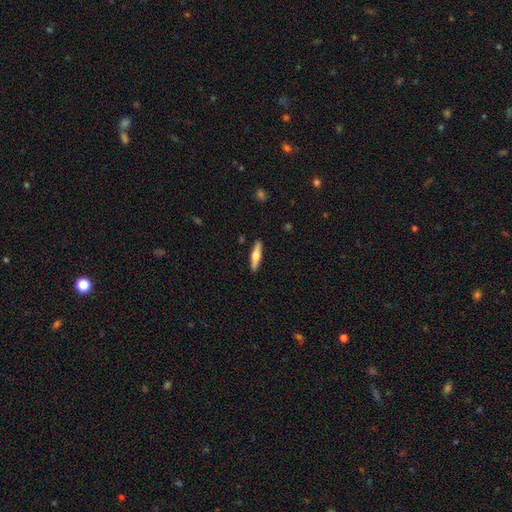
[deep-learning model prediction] This appears to be a smooth galaxy with no disk features (49%). Merging: none (90%).